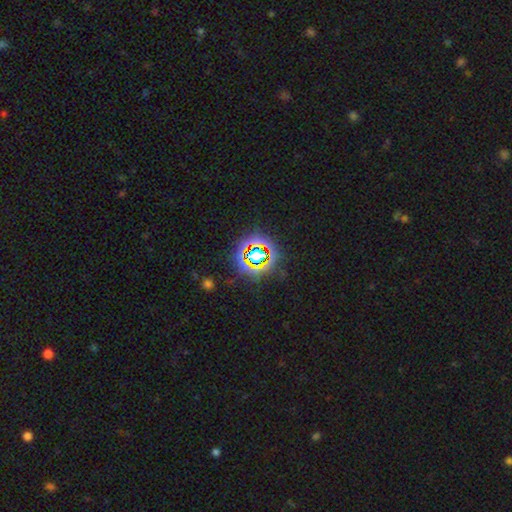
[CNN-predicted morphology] This appears to be a star or artifact, not a galaxy (68%).